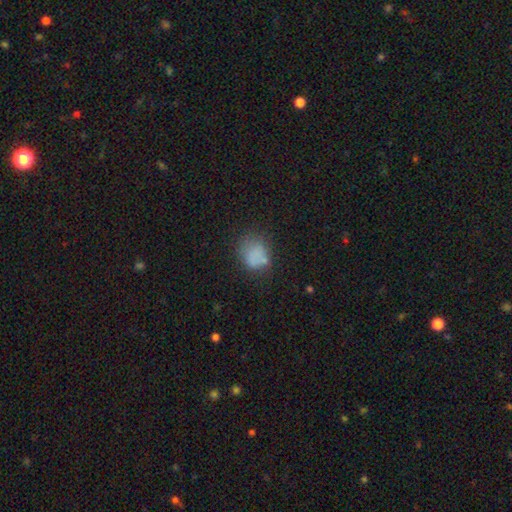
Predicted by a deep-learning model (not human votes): The model was most divided on "how rounded": round: 61%, in between: 38%, cigar-shaped: 1%. More confident: smooth or featured — smooth (72%); merging — none (51%).